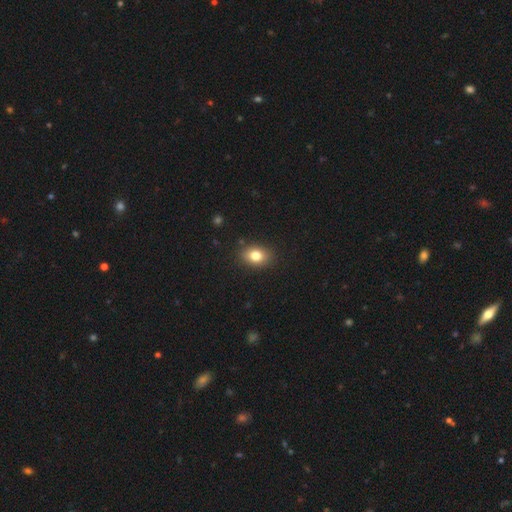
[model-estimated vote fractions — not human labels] smooth 80%, star or artifact 10%, featured or disk 10%. Down the decision tree: how rounded — in between (68%); merging — none (88%).